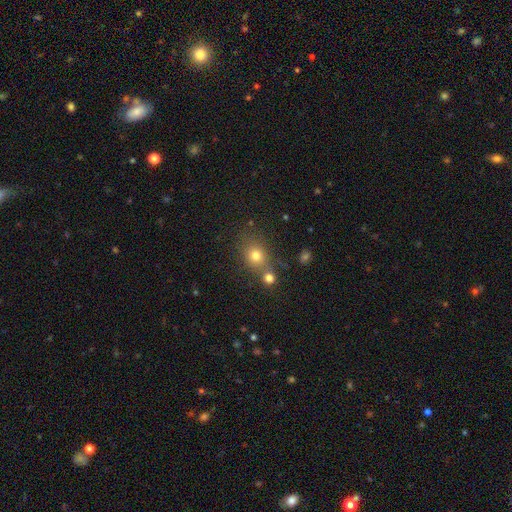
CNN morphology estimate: smooth-or-featured: smooth: 75% | star or artifact: 15% | featured or disk: 10%
  how-rounded: round: 62% | in between: 37% | cigar-shaped: 1%
  merging: none: 58% | merger: 25% | minor disturbance: 12% | major disturbance: 5%